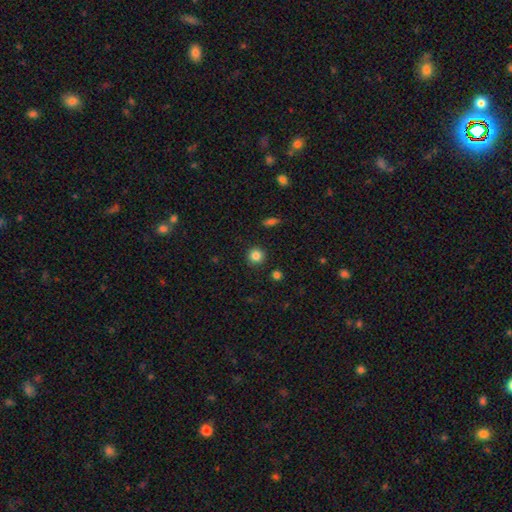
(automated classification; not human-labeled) smooth-or-featured: smooth: 85% | star or artifact: 11% | featured or disk: 5%
  how-rounded: round: 94% | in between: 5% | cigar-shaped: 1%
  merging: none: 91% | minor disturbance: 5% | major disturbance: 2% | merger: 2%